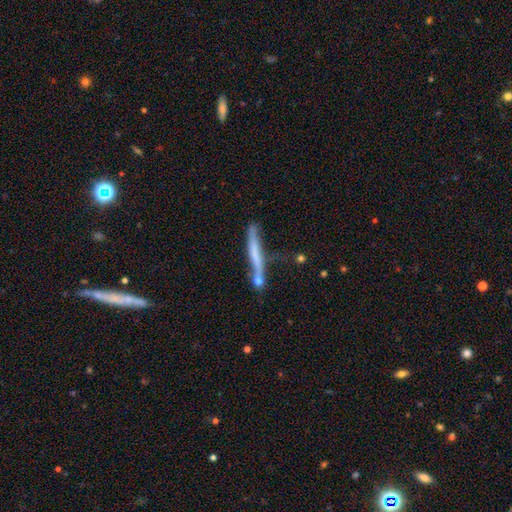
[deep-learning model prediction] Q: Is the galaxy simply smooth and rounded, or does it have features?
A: featured or disk — 49%.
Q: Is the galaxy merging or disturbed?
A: none — 51%.